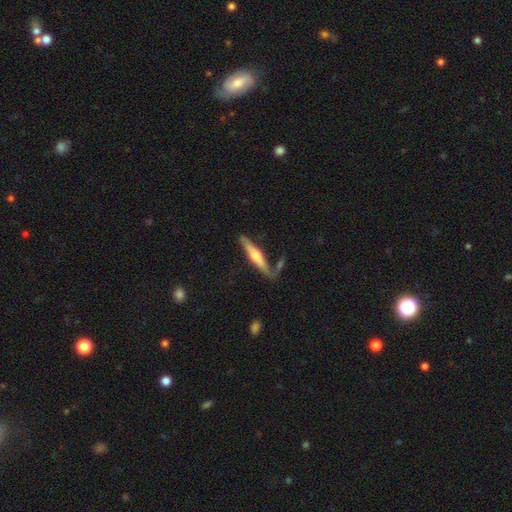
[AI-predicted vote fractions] Smooth or featured? featured or disk (58%)
Edge-on disk? yes (92%)
Edge-on bulge? rounded (84%)
Merging? none (67%)